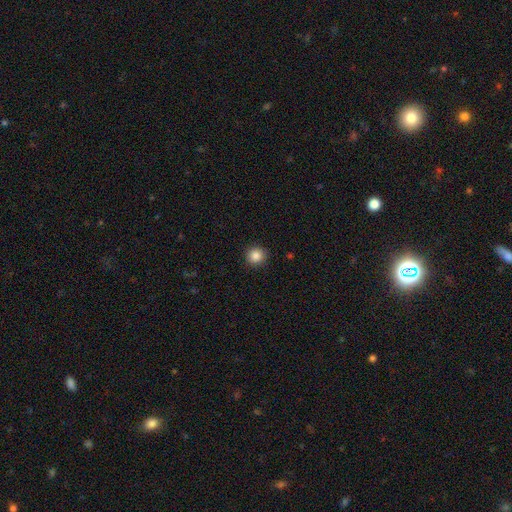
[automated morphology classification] Overall: smooth (86%). How rounded: round (93%). Merging: none (92%).